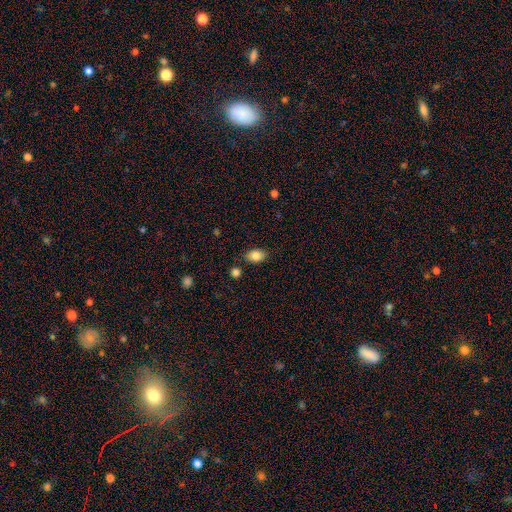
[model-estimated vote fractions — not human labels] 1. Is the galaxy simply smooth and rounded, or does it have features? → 84% smooth, 8% star or artifact, 8% featured or disk.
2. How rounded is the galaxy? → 84% in between, 15% round, 1% cigar-shaped.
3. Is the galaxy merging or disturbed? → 82% none, 12% minor disturbance, 3% merger, 2% major disturbance.